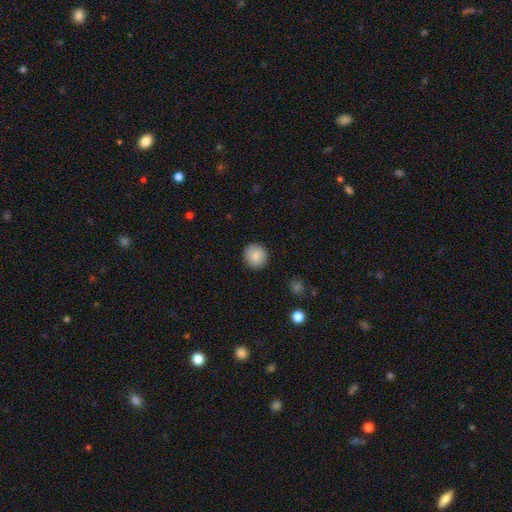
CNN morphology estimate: Q: Smooth or featured?
A: smooth (87%); runner-up: star or artifact (7%)
Q: How rounded?
A: round (92%); runner-up: in between (7%)
Q: Merging?
A: none (90%); runner-up: minor disturbance (7%)